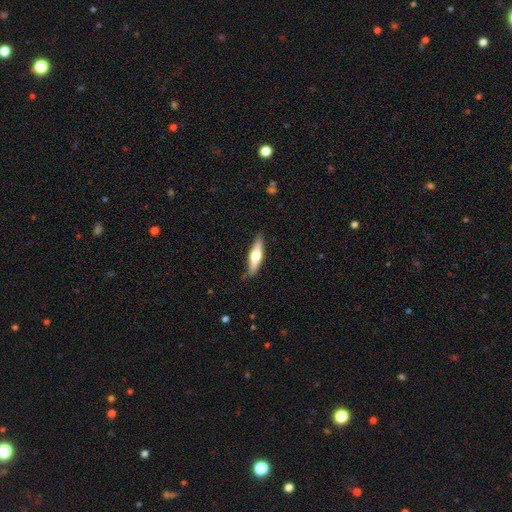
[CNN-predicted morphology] This appears to be a featured or disk galaxy (53%) viewed edge-on (93%). Merging: none (86%).